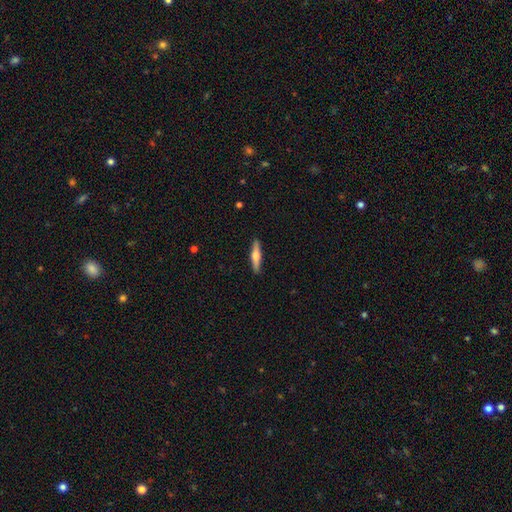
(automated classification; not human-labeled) The model was most divided on "smooth or featured": featured or disk: 49%, smooth: 46%, star or artifact: 5%. More confident: merging — none (90%).